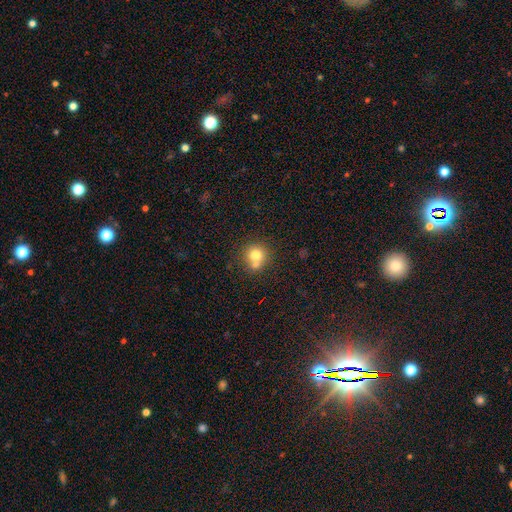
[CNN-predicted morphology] smooth 75%, featured or disk 13%, star or artifact 12%. Down the decision tree: how rounded — round (89%); merging — none (55%).